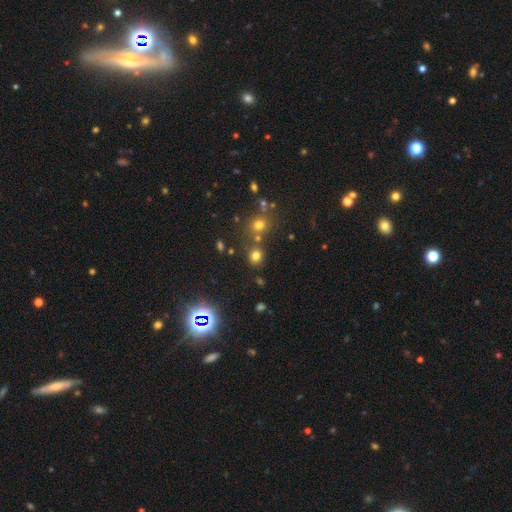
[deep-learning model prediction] This is likely a smooth galaxy (70%). How rounded: likely round (79%). Merging: likely none (70%).